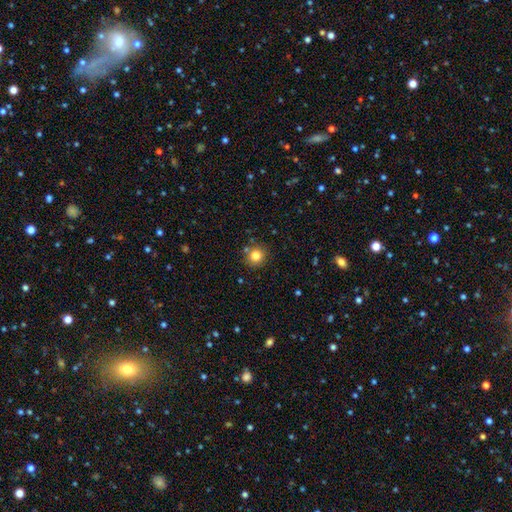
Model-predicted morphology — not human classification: Smooth or featured? smooth (82%)
How rounded? round (91%)
Merging? none (83%)